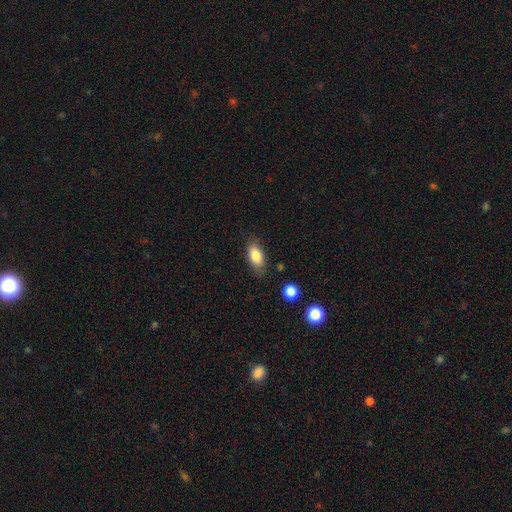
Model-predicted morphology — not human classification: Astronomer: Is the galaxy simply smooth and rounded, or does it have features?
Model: smooth — 84%.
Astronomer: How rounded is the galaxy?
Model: in between — 89%.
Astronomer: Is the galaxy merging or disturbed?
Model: none — 80%.